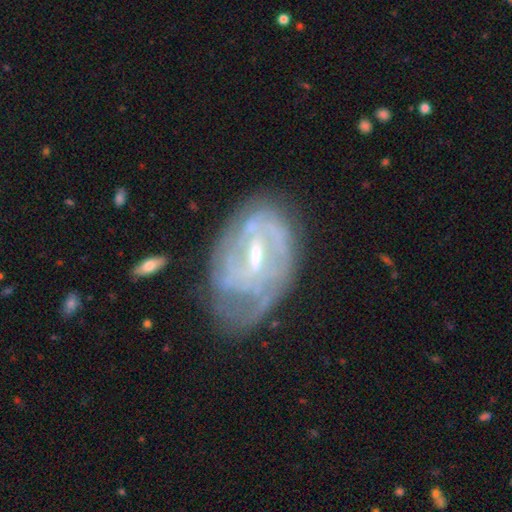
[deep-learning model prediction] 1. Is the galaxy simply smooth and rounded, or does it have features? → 80% featured or disk, 13% smooth, 7% star or artifact.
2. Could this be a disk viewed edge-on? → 96% no, 4% yes.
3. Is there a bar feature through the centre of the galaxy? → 55% weak, 28% strong, 17% no.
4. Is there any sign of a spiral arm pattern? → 83% yes, 17% no.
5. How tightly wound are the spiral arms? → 58% tight, 31% medium, 11% loose.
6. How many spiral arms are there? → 46% can't tell, 27% 2, 13% 3, 6% 4, 5% 1, 3% more than 4.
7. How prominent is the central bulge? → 52% small, 41% moderate, 4% none, 2% large, 1% dominant.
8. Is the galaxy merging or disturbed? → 52% none, 29% minor disturbance, 17% major disturbance, 3% merger.